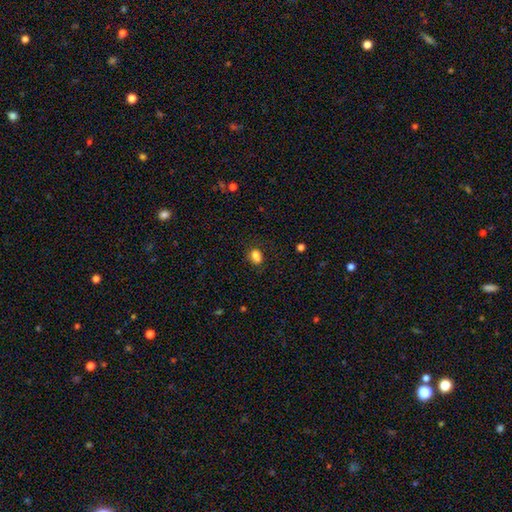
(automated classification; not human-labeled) This appears to be a smooth galaxy with no disk features (81%) that is in between round and cigar-shaped (66%). Merging: none (66%).